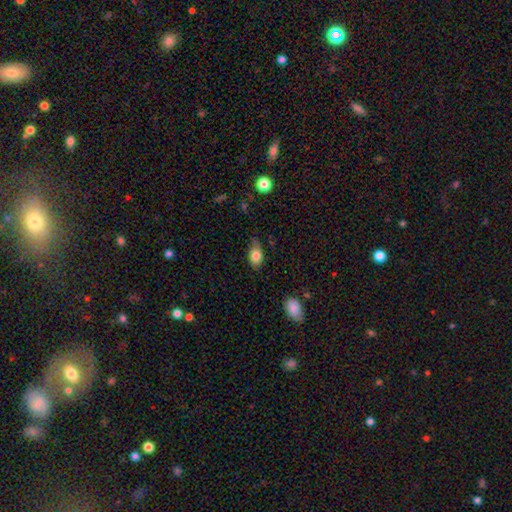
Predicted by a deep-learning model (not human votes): Smooth or featured: smooth — 81% (featured or disk — 11%)
How rounded: in between — 86% (round — 12%)
Merging: none — 51% (minor disturbance — 37%)